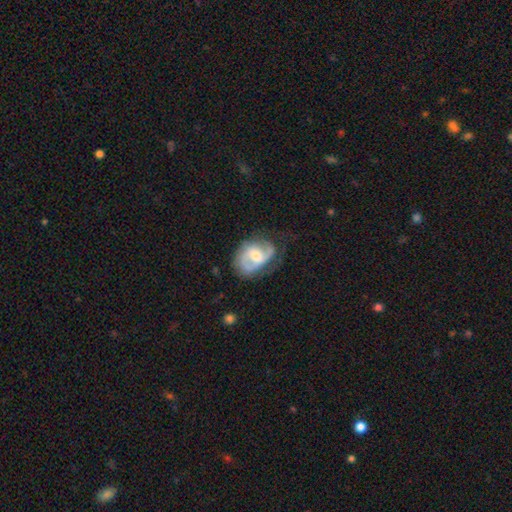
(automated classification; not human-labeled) Morphology: type=featured or disk (72%); edge-on=no (97%); bar=weak (47%); spiral arms=yes (88%); winding=medium (47%); arm count=2 (70%); bulge=moderate (56%); merging=none (55%).